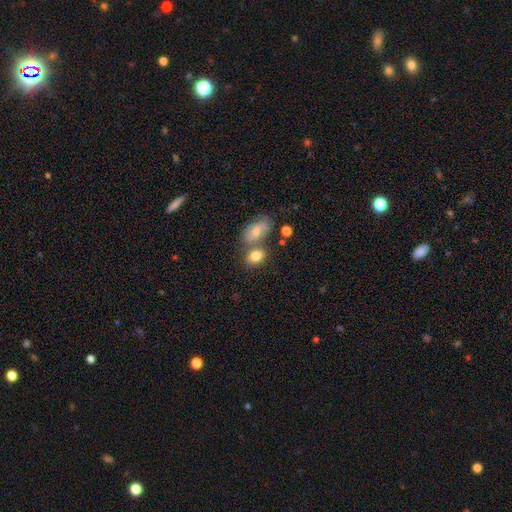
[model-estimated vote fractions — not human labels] The model was most divided on "merging": none: 45%, merger: 38%, minor disturbance: 12%, major disturbance: 4%. More confident: smooth or featured — smooth (79%); how rounded — in between (75%).